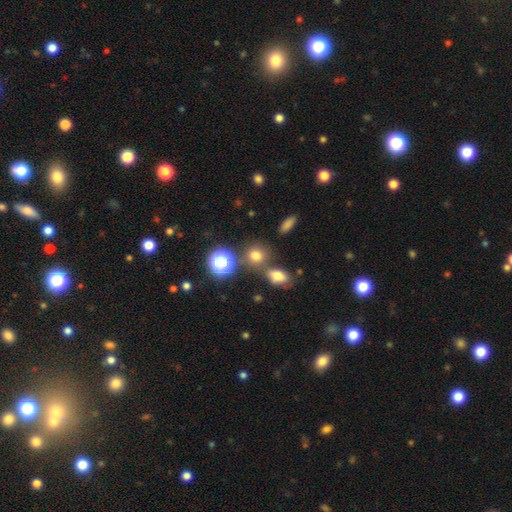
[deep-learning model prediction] Smooth or featured? Predicted: smooth (p=0.72). How rounded? Predicted: round (p=0.76). Merging? Predicted: none (p=0.66).